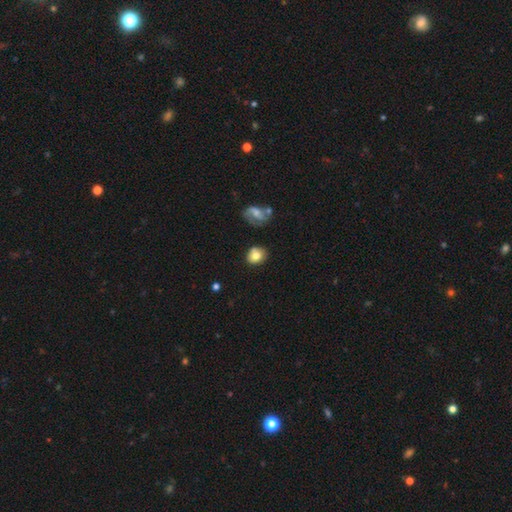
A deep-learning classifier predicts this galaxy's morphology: smooth_or_featured: smooth (p=0.78) [alt: featured or disk p=0.13]
how_rounded: round (p=0.66) [alt: in between p=0.33]
merging: none (p=0.71) [alt: minor disturbance p=0.18]